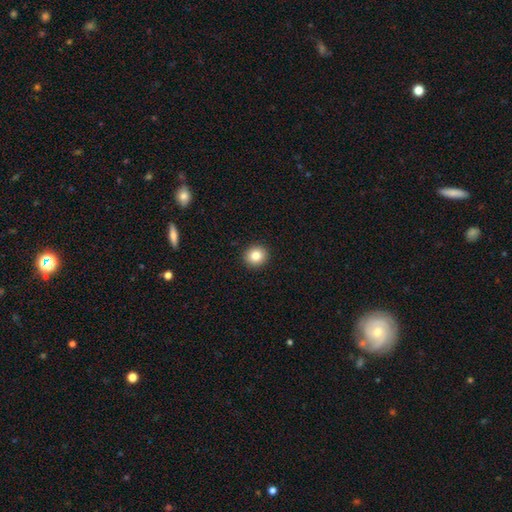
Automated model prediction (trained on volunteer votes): Smooth or featured: smooth — 83% (star or artifact — 10%)
How rounded: round — 88% (in between — 11%)
Merging: none — 93% (minor disturbance — 5%)